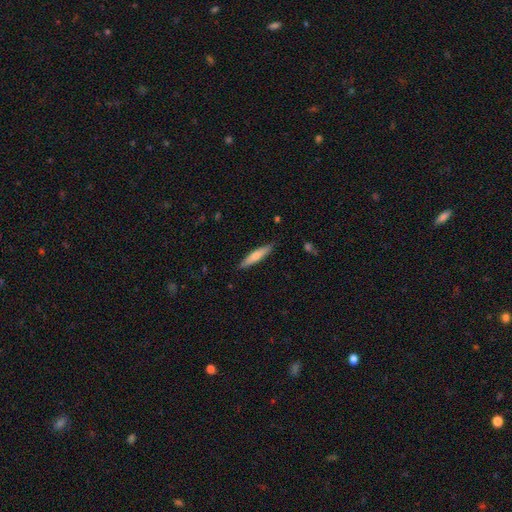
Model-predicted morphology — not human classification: smooth-or-featured: smooth: 68% | featured or disk: 27% | star or artifact: 5%
  how-rounded: cigar-shaped: 86% | in between: 13% | round: 1%
  merging: none: 88% | minor disturbance: 9% | major disturbance: 2% | merger: 1%